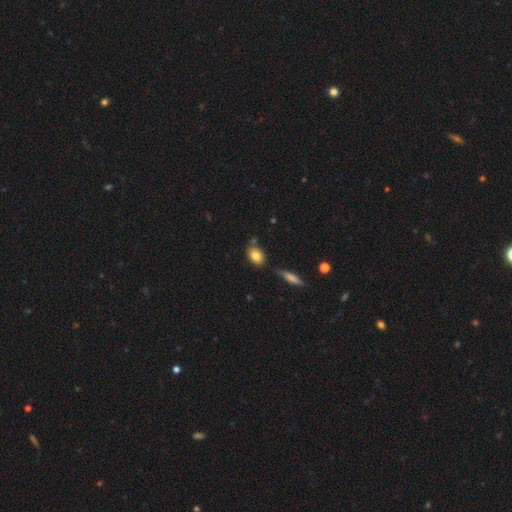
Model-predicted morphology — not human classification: smooth 81%, featured or disk 11%, star or artifact 8%. Down the decision tree: how rounded — in between (76%); merging — none (72%).